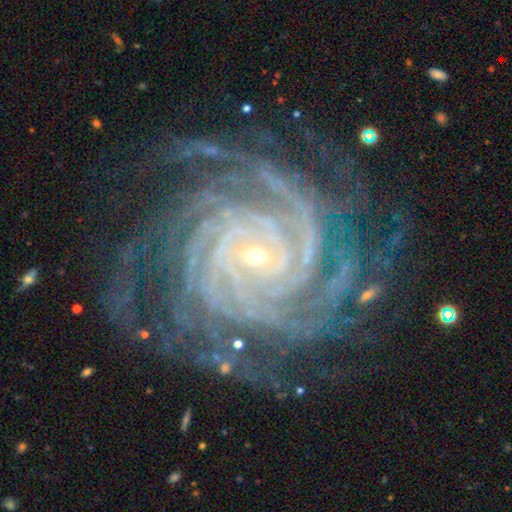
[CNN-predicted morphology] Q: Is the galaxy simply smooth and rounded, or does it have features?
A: featured or disk — 93%.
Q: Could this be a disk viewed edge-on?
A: no — 98%.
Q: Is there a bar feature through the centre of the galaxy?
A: no — 55%.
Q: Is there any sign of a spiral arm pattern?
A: yes — 99%.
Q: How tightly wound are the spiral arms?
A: tight — 85%.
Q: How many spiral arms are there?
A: more than 4 — 37%.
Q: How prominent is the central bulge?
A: small — 81%.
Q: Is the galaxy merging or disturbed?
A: none — 79%.